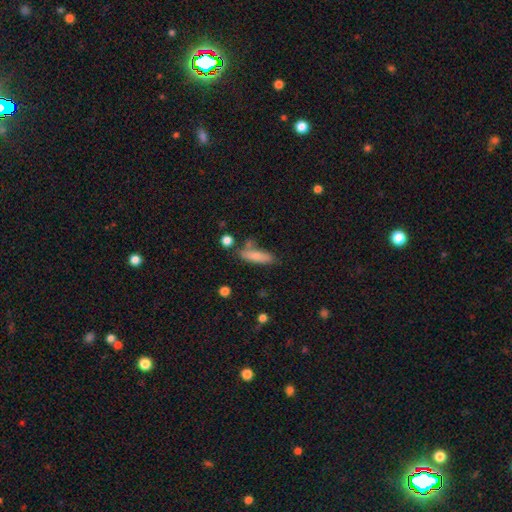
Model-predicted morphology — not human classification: smooth 79%, featured or disk 14%, star or artifact 8%. Down the decision tree: how rounded — cigar-shaped (61%); merging — none (61%).